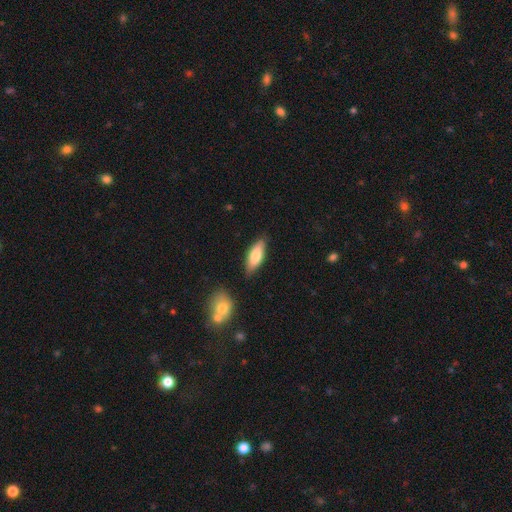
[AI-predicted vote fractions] Smooth or featured? smooth (75%)
How rounded? in between (66%)
Merging? none (79%)